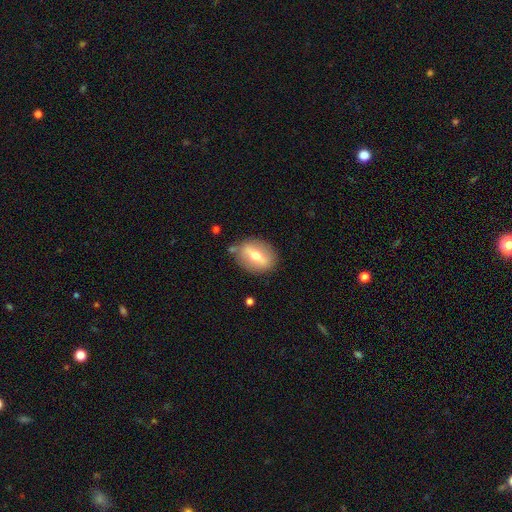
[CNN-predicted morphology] featured or disk 51%, smooth 42%, star or artifact 7%. Down the decision tree: edge-on disk — no (64%); merging — none (82%).